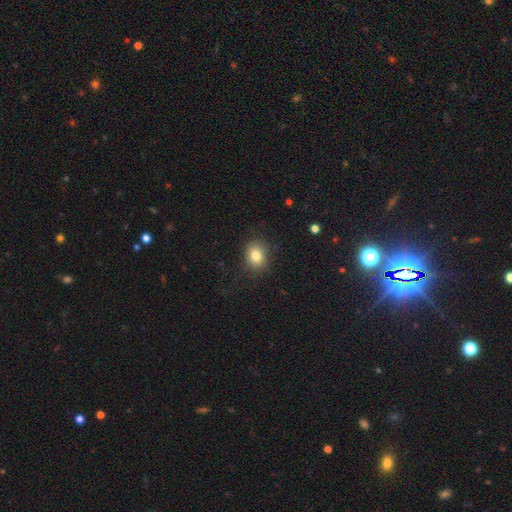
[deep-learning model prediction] A smooth galaxy with no disk features (80%) that is round (55%). Merging: none (83%).